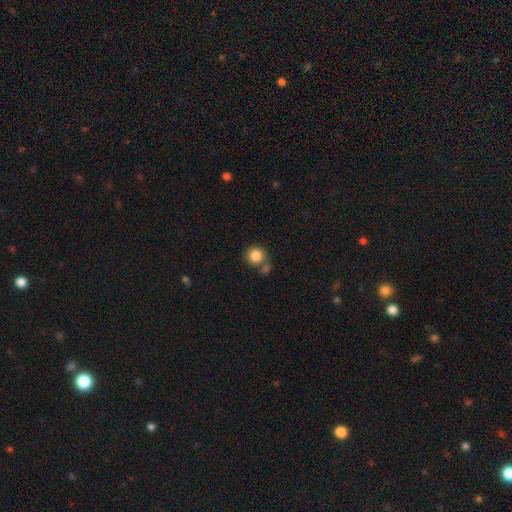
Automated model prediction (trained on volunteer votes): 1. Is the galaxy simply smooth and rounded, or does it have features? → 85% smooth, 9% star or artifact, 6% featured or disk.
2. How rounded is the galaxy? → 91% round, 8% in between, 1% cigar-shaped.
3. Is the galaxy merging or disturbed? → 59% none, 24% merger, 12% minor disturbance, 5% major disturbance.